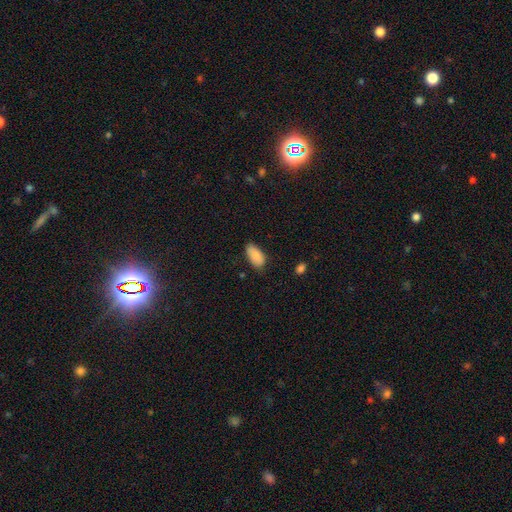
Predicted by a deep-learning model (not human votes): Morphology: type=smooth (87%); roundness=in between (93%); merging=none (73%).